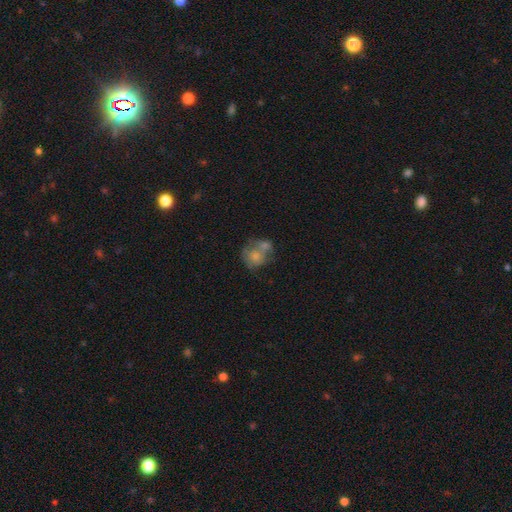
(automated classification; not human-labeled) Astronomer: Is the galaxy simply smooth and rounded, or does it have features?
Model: smooth — 61%.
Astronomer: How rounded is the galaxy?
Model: round — 67%.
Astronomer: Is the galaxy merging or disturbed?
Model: merger — 49% (runner-up: none, 27%).